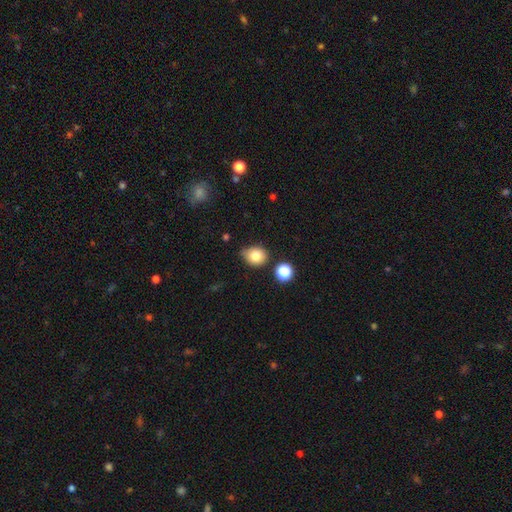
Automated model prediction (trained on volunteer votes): A smooth galaxy with no disk features (79%) that is round (61%). Merging: none (66%).